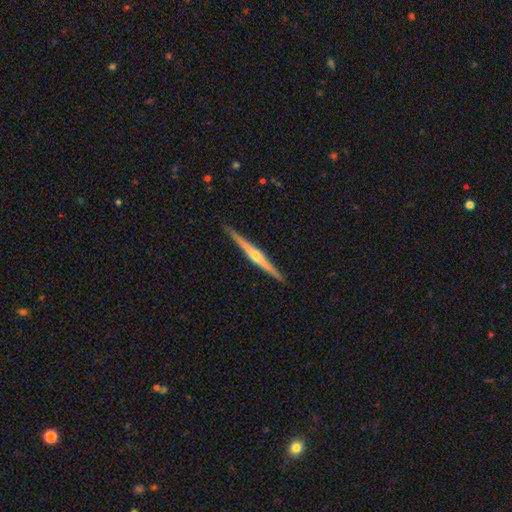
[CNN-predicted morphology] A featured or disk galaxy (80%) viewed edge-on (98%) with a rounded central bulge (83%). Merging: none (92%).